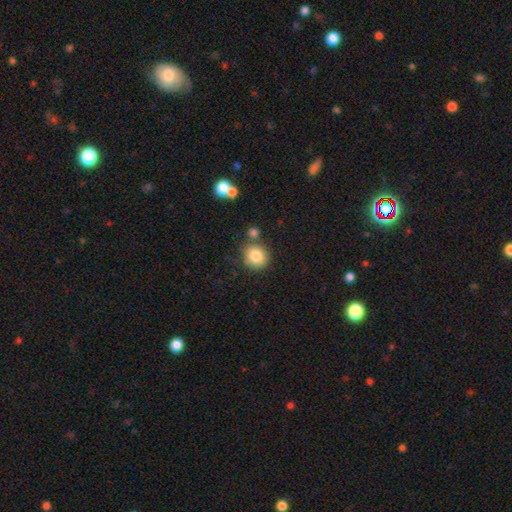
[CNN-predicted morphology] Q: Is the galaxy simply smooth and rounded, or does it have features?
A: smooth — 83%.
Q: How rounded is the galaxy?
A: round — 86%.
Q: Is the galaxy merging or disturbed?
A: none — 71%.